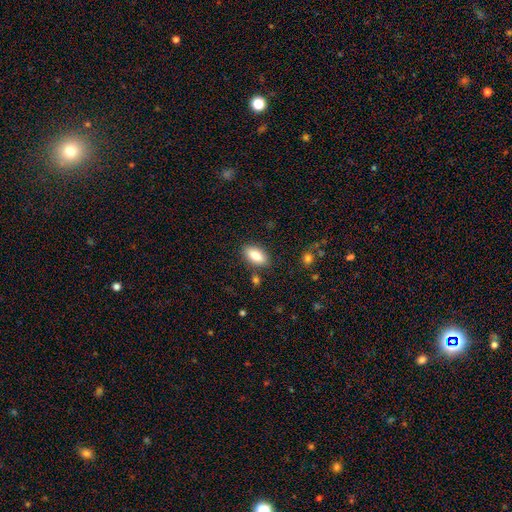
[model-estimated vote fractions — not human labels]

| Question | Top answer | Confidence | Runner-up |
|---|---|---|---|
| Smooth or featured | smooth | 84% | featured or disk (9%) |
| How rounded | in between | 90% | cigar-shaped (6%) |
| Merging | none | 84% | minor disturbance (10%) |